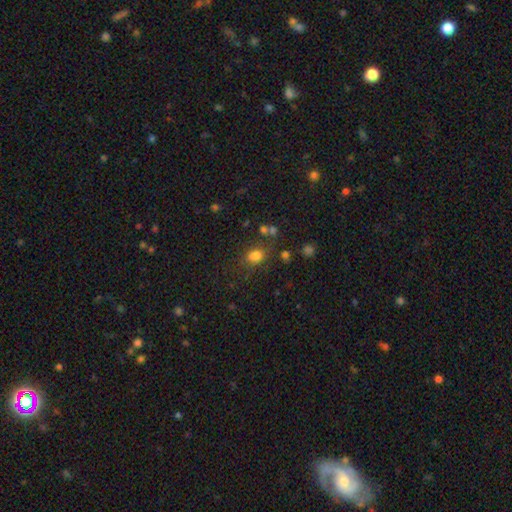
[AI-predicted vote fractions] A smooth galaxy with no disk features (78%) that is in between round and cigar-shaped (58%).

Vote fractions:
- Smooth or featured? smooth: 78% / star or artifact: 15% / featured or disk: 7%
- How rounded? in between: 58% / round: 40% / cigar-shaped: 1%
- Merging? none: 66% / minor disturbance: 18% / merger: 9% / major disturbance: 8%